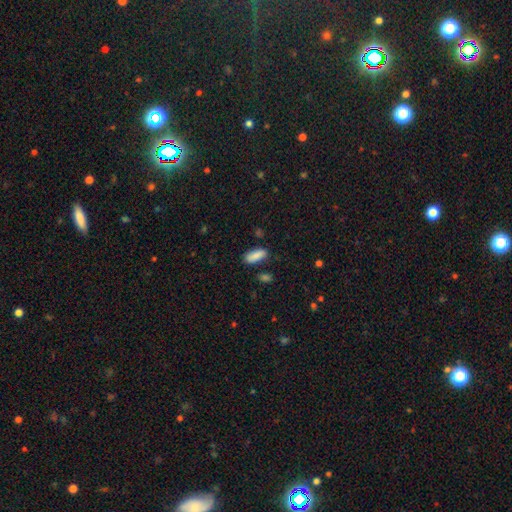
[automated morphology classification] A smooth galaxy with no disk features (88%) that is in between round and cigar-shaped (75%). Merging: none (83%).